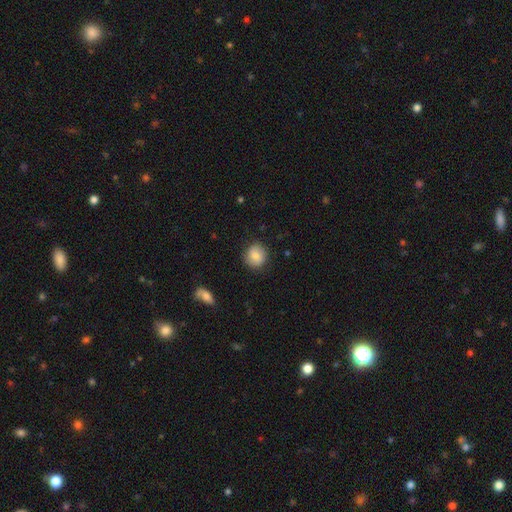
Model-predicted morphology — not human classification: Smooth or featured? smooth (75%)
How rounded? round (85%)
Merging? none (84%)